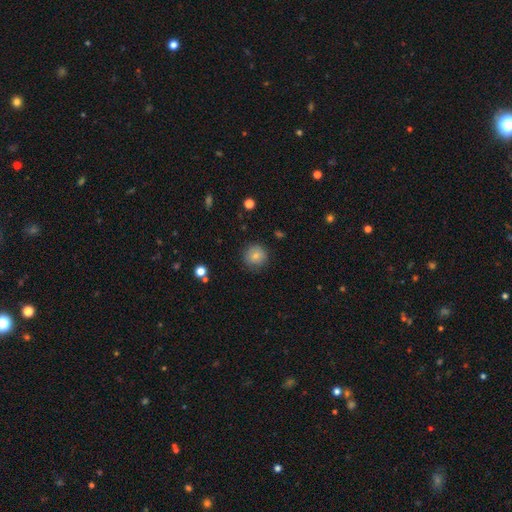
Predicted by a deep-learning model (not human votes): smooth-or-featured: smooth: 79% | featured or disk: 11% | star or artifact: 10%
  how-rounded: round: 93% | in between: 6% | cigar-shaped: 1%
  merging: none: 85% | minor disturbance: 11% | major disturbance: 3% | merger: 1%